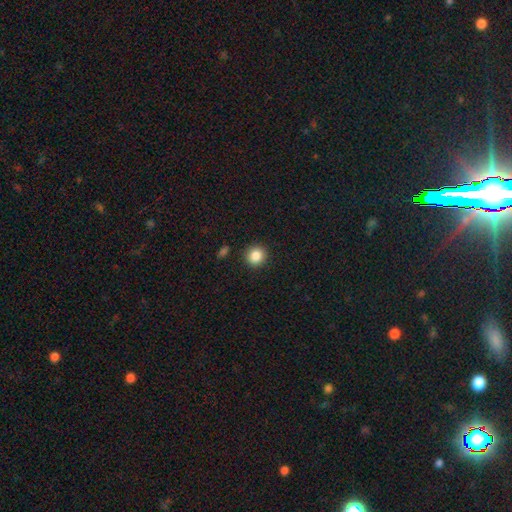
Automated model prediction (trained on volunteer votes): smooth_or_featured: smooth (p=0.86) [alt: star or artifact p=0.10]
how_rounded: round (p=0.89) [alt: in between p=0.10]
merging: none (p=0.91) [alt: minor disturbance p=0.06]